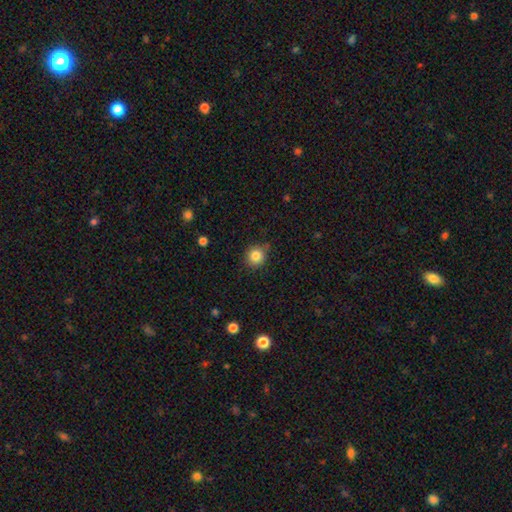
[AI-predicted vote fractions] The model was most divided on "smooth or featured": smooth: 84%, star or artifact: 11%, featured or disk: 6%. More confident: how rounded — round (91%); merging — none (84%).